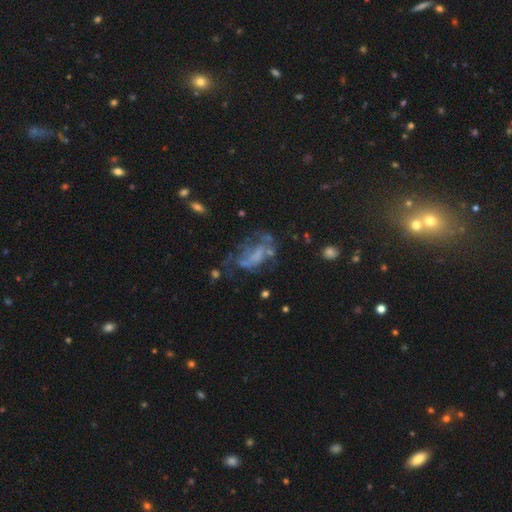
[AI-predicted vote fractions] featured or disk 59%, smooth 23%, star or artifact 18%. Down the decision tree: edge-on disk — no (96%); bar — no (72%); spiral arms — no (62%); bulge size — none (61%); merging — major disturbance (37%).